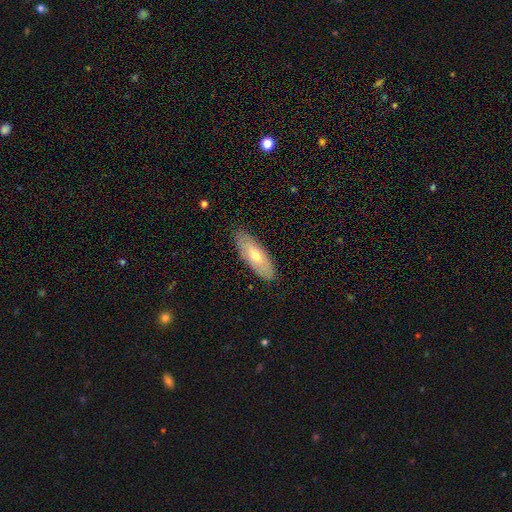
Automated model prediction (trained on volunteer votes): Smooth or featured? Predicted: smooth (p=0.58). How rounded? Predicted: in between (p=0.68). Merging? Predicted: none (p=0.85).